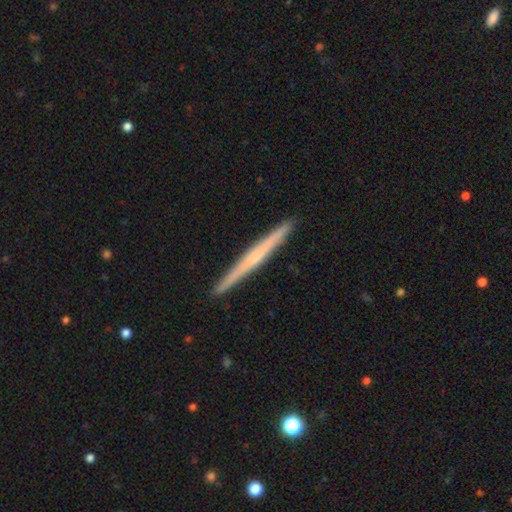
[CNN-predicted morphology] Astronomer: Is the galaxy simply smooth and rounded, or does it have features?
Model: featured or disk — 54% (runner-up: smooth, 40%).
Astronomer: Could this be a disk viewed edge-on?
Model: yes — 98%.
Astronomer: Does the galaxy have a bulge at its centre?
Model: none — 71%.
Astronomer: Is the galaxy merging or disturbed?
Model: none — 93%.